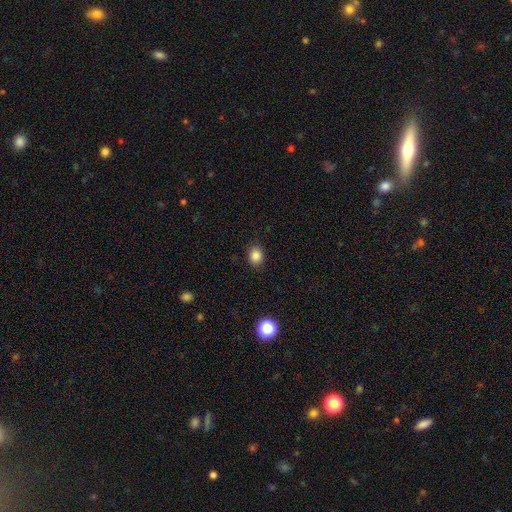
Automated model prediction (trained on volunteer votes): The model was most divided on "how rounded": round: 64%, in between: 36%, cigar-shaped: 1%. More confident: merging — none (88%); smooth or featured — smooth (85%).